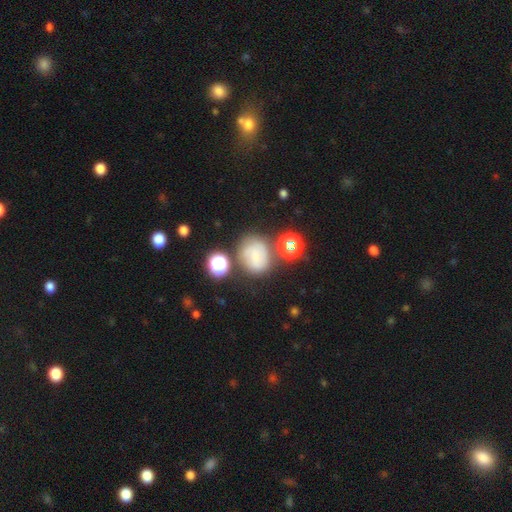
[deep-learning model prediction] Smooth or featured: smooth — 54% (featured or disk — 30%)
How rounded: round — 72% (in between — 27%)
Merging: none — 60% (minor disturbance — 20%)